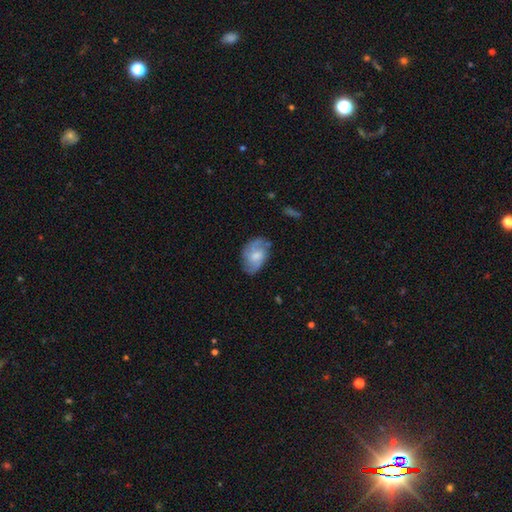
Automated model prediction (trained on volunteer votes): Morphology: type=featured or disk (49%); merging=none (64%).